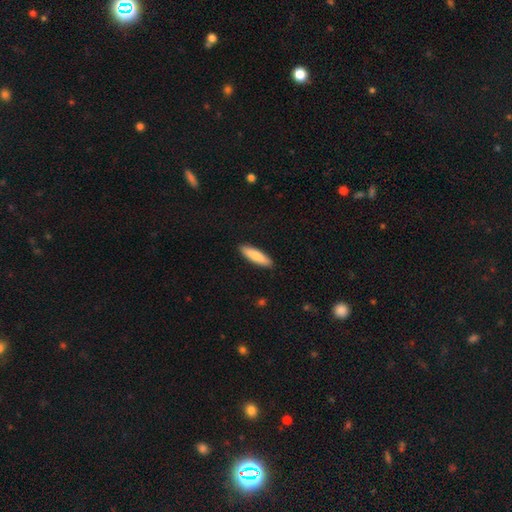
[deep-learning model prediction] A smooth galaxy with no disk features (82%) that is cigar-shaped (67%). Merging: none (91%).